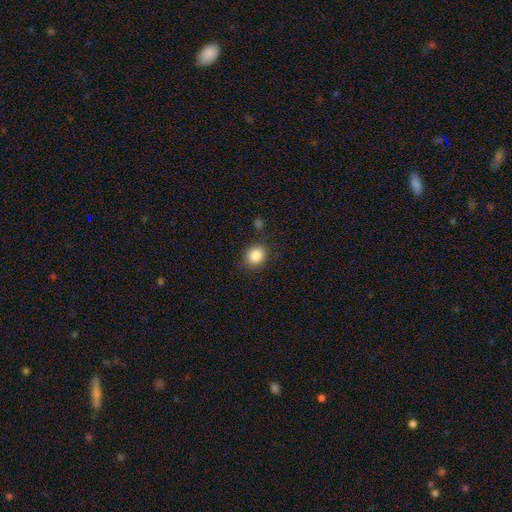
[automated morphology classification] This is clearly a smooth galaxy (86%). How rounded: likely round (71%). Merging: clearly none (85%).